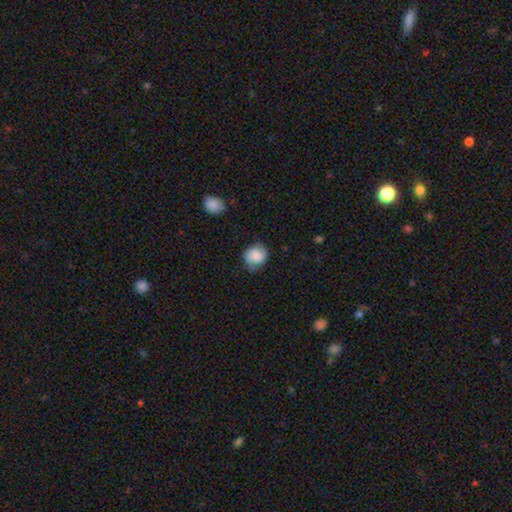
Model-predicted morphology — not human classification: Smooth or featured? smooth (79%)
How rounded? round (77%)
Merging? none (68%)